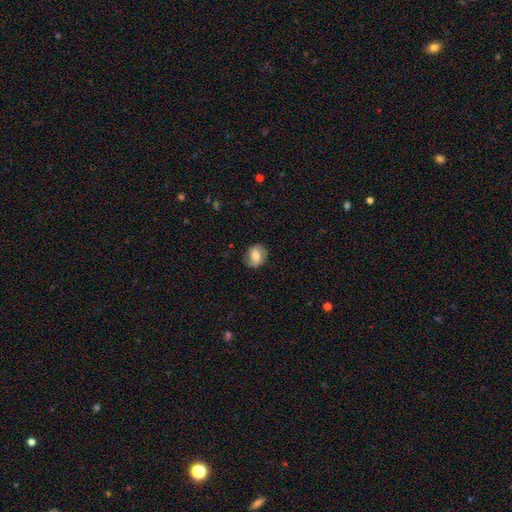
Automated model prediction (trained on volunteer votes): smooth_or_featured: smooth (p=0.65) [alt: featured or disk p=0.27]
how_rounded: round (p=0.59) [alt: in between p=0.40]
merging: none (p=0.81) [alt: minor disturbance p=0.14]